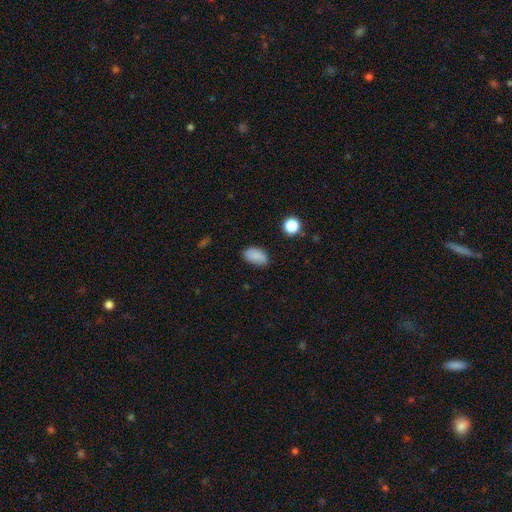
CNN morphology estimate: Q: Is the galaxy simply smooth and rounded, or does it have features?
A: smooth — 85%.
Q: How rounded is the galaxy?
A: in between — 91%.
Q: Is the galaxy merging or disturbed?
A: none — 79%.